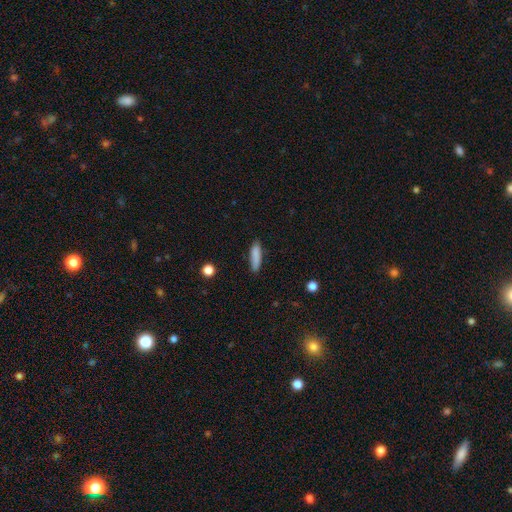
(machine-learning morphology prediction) Smooth or featured? smooth (84%)
How rounded? cigar-shaped (73%)
Merging? none (82%)